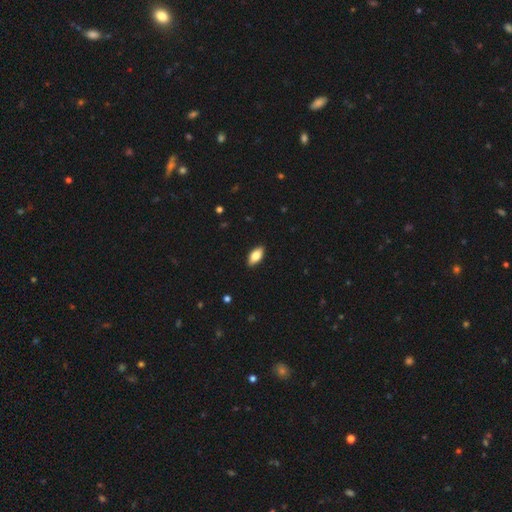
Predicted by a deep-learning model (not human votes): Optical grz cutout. It shows a smooth galaxy with no disk features (77%) that is in between round and cigar-shaped (89%). Merging: none (90%).